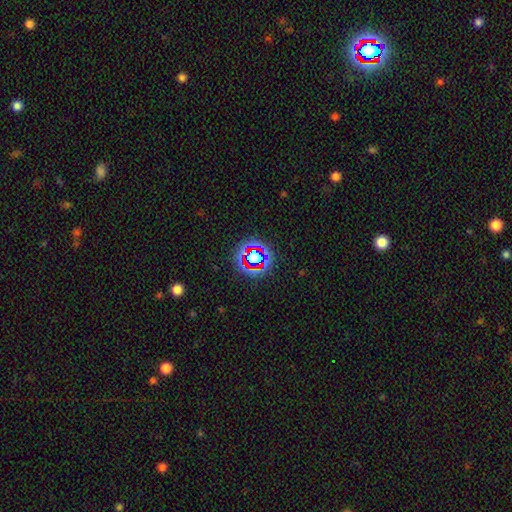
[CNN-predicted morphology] Overall: star or artifact (58%; smooth 28%).